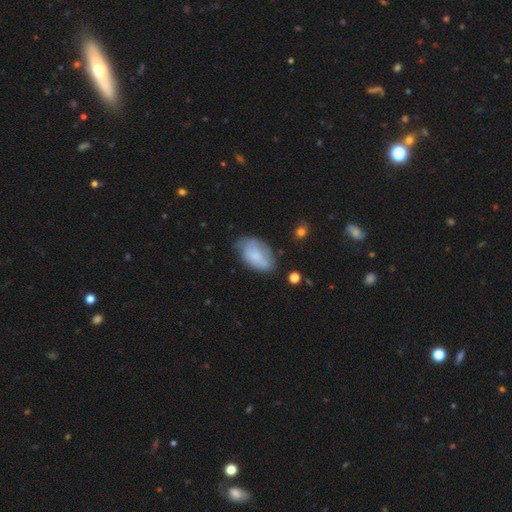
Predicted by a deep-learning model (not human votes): This is likely a smooth galaxy (66%). How rounded: clearly in between (93%). Merging: possibly none (54%).